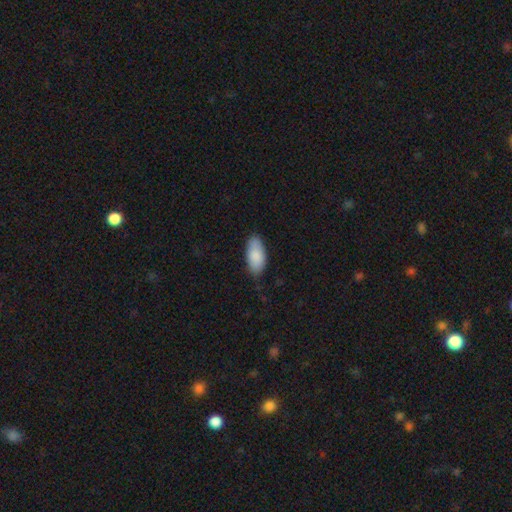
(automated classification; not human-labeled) smooth 86%, featured or disk 8%, star or artifact 6%. Down the decision tree: how rounded — in between (91%); merging — none (77%).